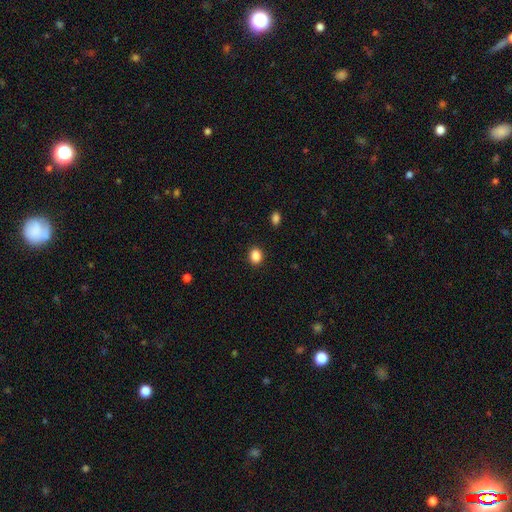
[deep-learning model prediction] Smooth or featured? smooth (88%)
How rounded? in between (51%)
Merging? none (90%)